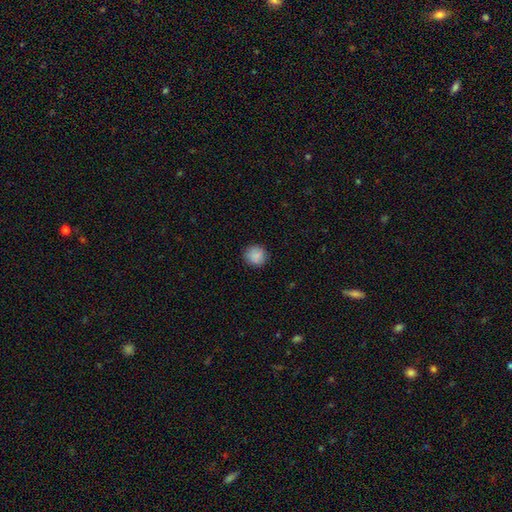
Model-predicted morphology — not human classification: Smooth or featured: smooth — 87% (star or artifact — 9%)
How rounded: round — 90% (in between — 9%)
Merging: none — 88% (minor disturbance — 8%)